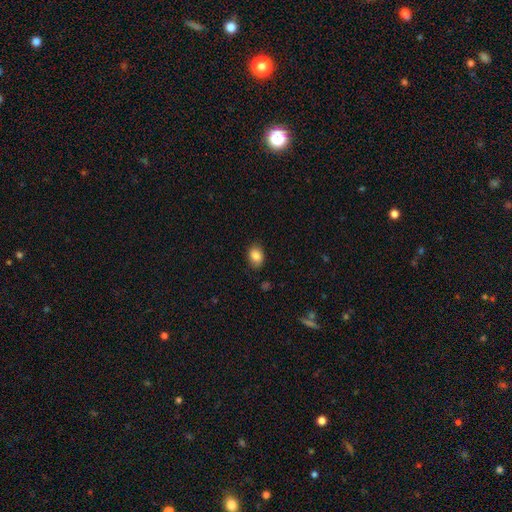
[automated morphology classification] This appears to be a smooth galaxy with no disk features (85%) that is in between round and cigar-shaped (73%). Merging: none (79%).